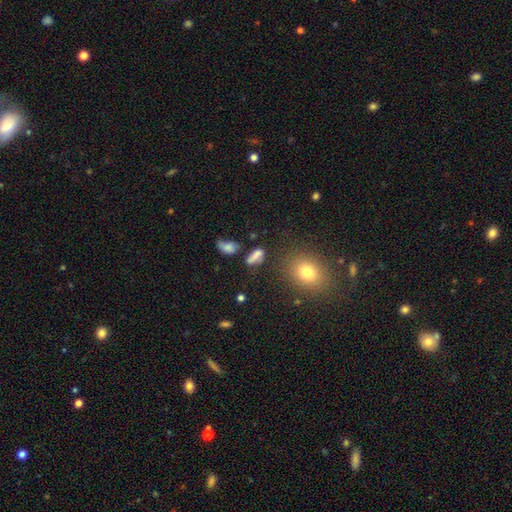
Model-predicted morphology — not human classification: smooth 69%, star or artifact 18%, featured or disk 14%. Down the decision tree: how rounded — in between (62%); merging — none (54%).